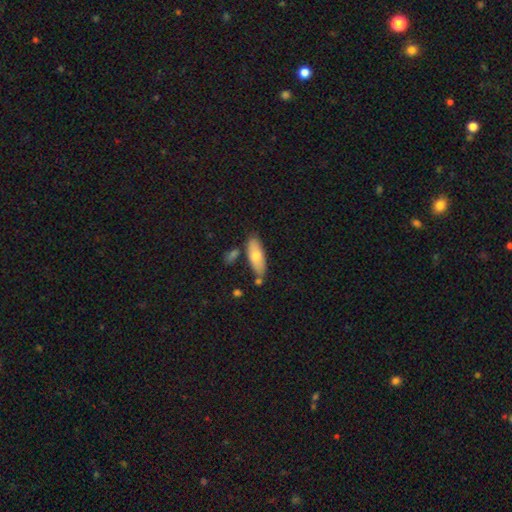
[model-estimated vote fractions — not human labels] A smooth galaxy with no disk features (71%) that is in between round and cigar-shaped (67%). Merging: none (75%).